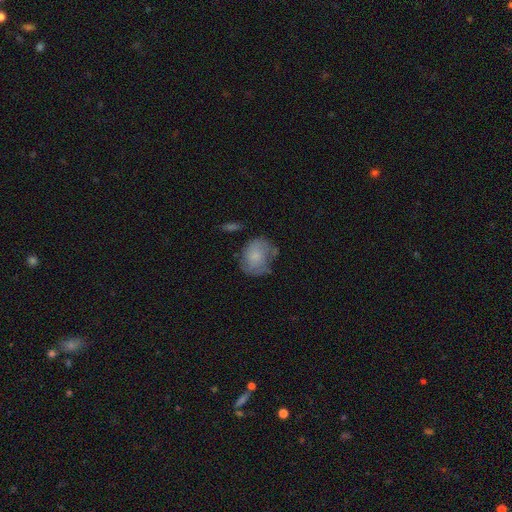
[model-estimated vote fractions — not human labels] smooth-or-featured: smooth: 61% | featured or disk: 32% | star or artifact: 8%
  how-rounded: round: 58% | in between: 40% | cigar-shaped: 1%
  merging: none: 53% | minor disturbance: 29% | major disturbance: 13% | merger: 5%